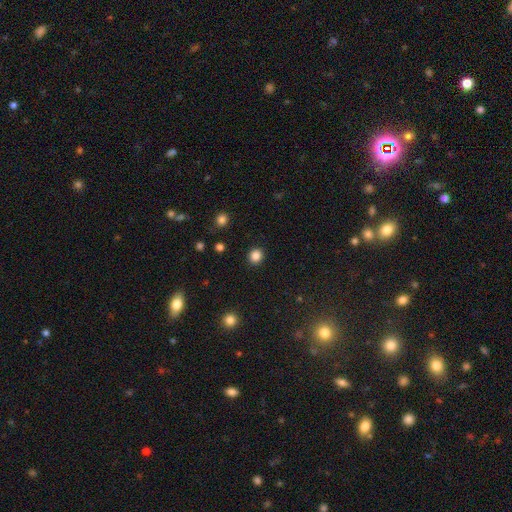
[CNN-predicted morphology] smooth 85%, star or artifact 11%, featured or disk 3%. Down the decision tree: how rounded — round (83%); merging — none (91%).